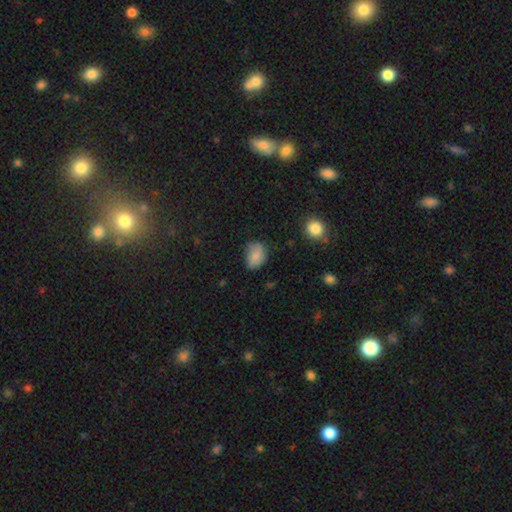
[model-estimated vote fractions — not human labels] A smooth galaxy with no disk features (78%) that is in between round and cigar-shaped (72%).

Vote fractions:
- Smooth or featured? smooth: 78% / featured or disk: 12% / star or artifact: 10%
- How rounded? in between: 72% / round: 27% / cigar-shaped: 1%
- Merging? none: 59% / minor disturbance: 31% / major disturbance: 8% / merger: 2%